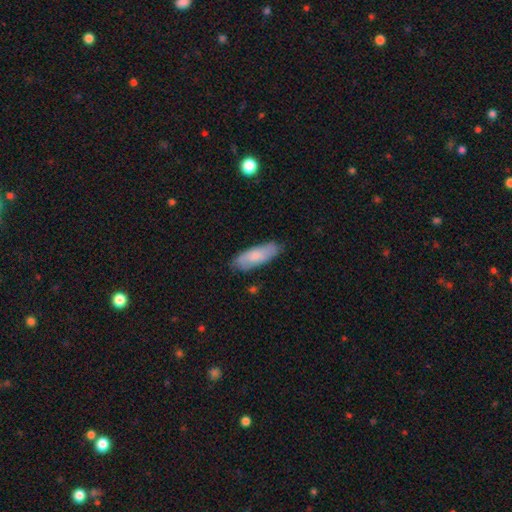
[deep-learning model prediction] smooth 75%, featured or disk 19%, star or artifact 6%. Down the decision tree: how rounded — in between (65%); merging — none (80%).